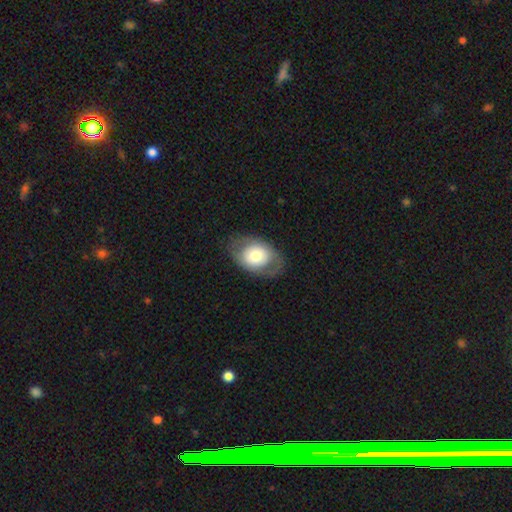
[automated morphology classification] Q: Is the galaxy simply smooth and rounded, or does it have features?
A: smooth — 63%.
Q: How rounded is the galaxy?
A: in between — 73%.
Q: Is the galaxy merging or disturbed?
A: none — 74%.